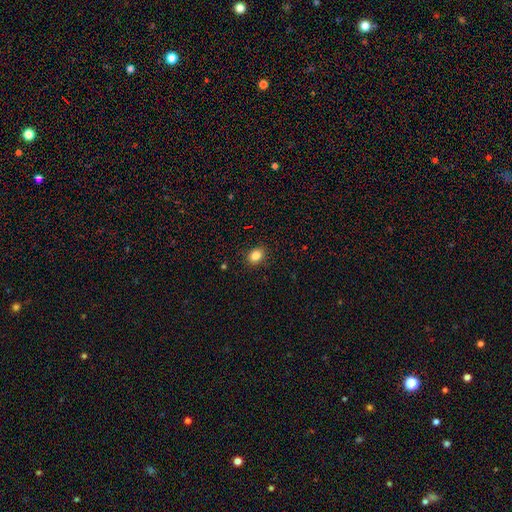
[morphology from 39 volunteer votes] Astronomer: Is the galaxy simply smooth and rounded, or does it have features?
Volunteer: smooth — 85%.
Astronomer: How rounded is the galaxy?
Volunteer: in between — 70%.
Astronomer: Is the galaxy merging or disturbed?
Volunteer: none — 92%.